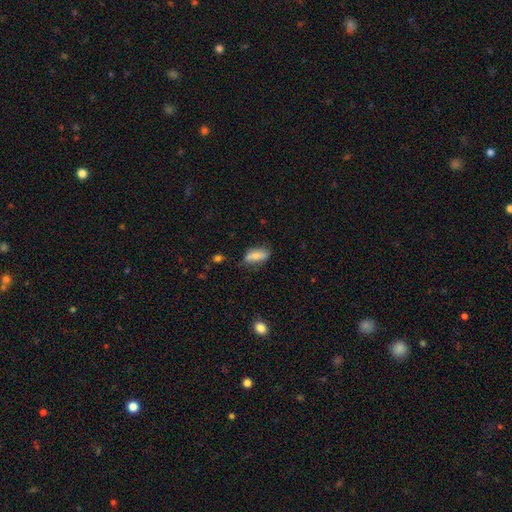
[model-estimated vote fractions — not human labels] Smooth or featured? smooth (74%)
How rounded? in between (80%)
Merging? none (66%)